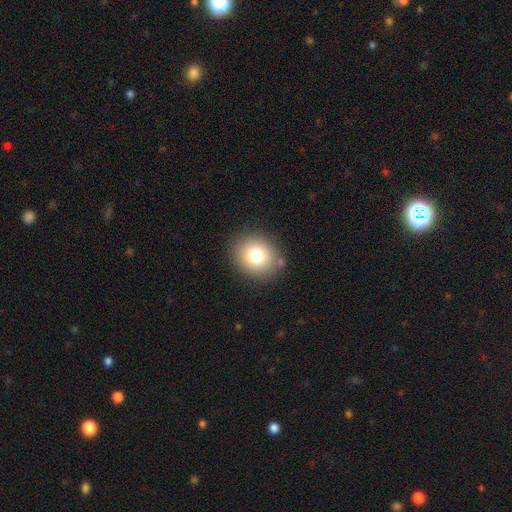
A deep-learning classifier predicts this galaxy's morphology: Smooth or featured? smooth (79%)
How rounded? round (73%)
Merging? none (85%)